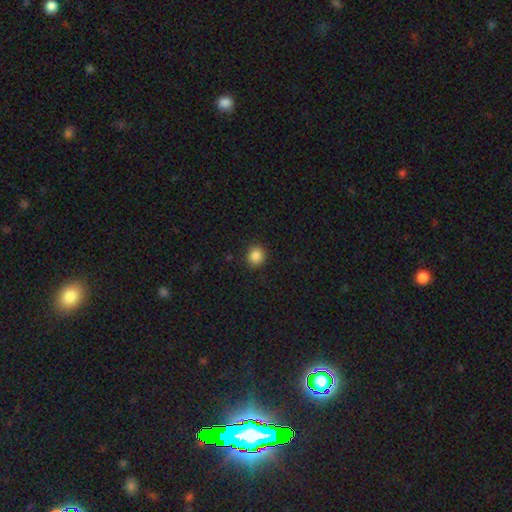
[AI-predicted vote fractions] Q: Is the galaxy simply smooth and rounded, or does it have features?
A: smooth — 87%.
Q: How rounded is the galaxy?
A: round — 88%.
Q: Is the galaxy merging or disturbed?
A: none — 91%.